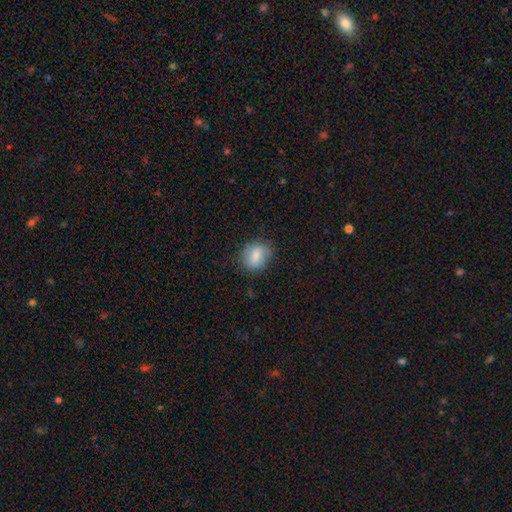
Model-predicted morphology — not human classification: A smooth galaxy with no disk features (80%) that is round (54%). Merging: none (78%).